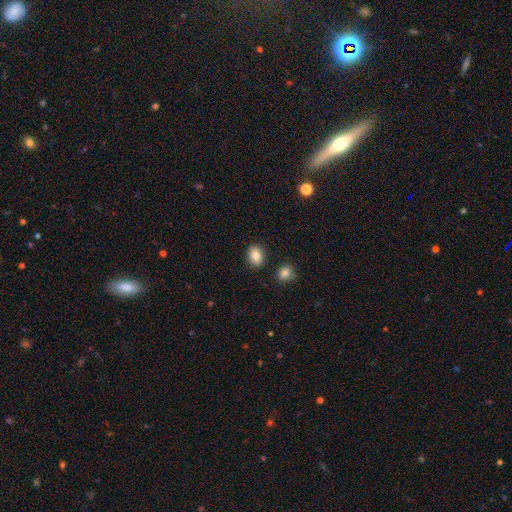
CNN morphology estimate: type=smooth (87%); roundness=in between (73%); merging=none (85%).